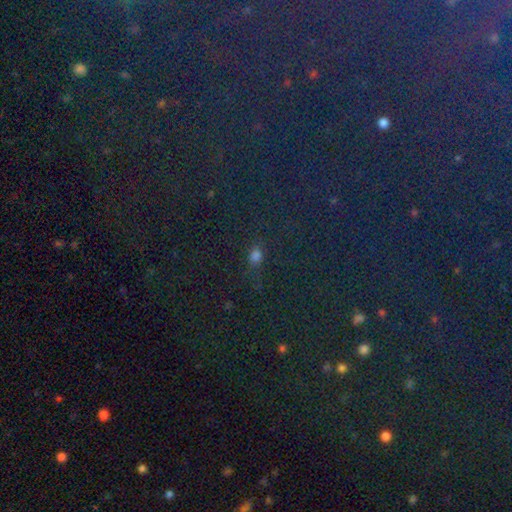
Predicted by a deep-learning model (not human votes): Smooth or featured? smooth (62%)
How rounded? in between (52%)
Merging? none (69%)